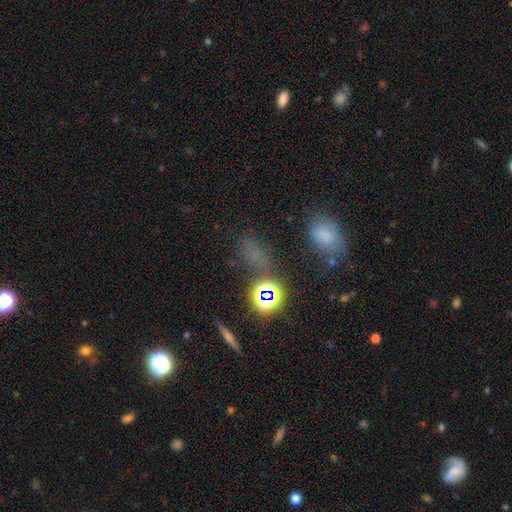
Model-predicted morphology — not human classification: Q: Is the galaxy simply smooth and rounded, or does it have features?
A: smooth — 51%.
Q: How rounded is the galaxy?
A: in between — 65%.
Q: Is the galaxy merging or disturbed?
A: none — 66%.